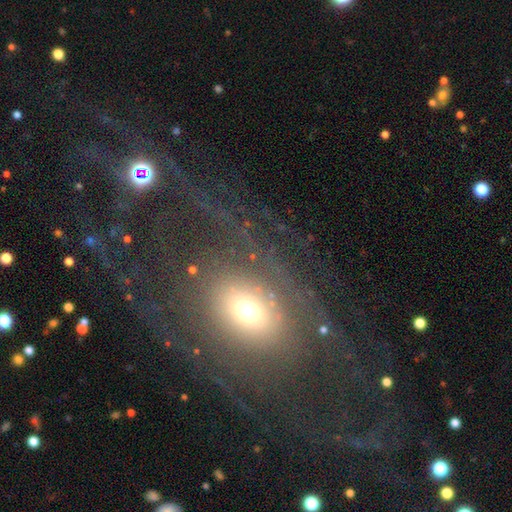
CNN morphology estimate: This is likely a featured or disk galaxy (63%). It is clearly not viewed edge-on (92%). Bar: likely no (77%). Spiral arm pattern: likely yes (61%). Central bulge: possibly moderate (50%). Merging: possibly none (56%).